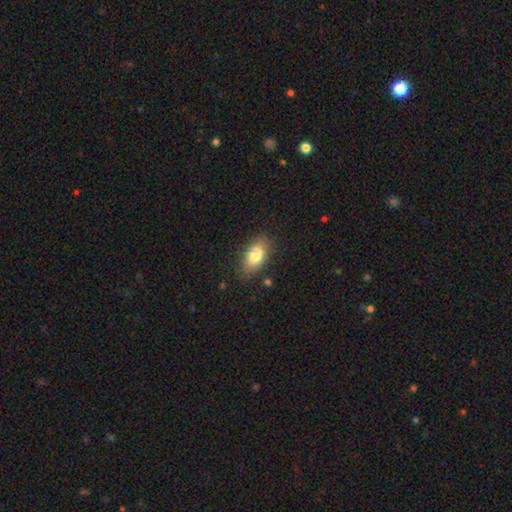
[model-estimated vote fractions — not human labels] Smooth or featured: smooth — 79% (featured or disk — 14%)
How rounded: in between — 88% (cigar-shaped — 7%)
Merging: none — 83% (minor disturbance — 13%)